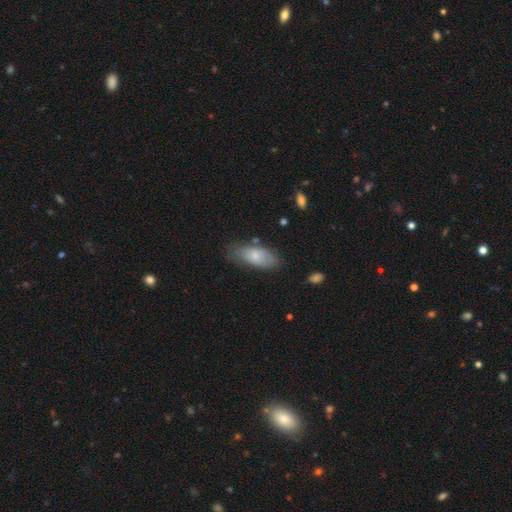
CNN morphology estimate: Q: Smooth or featured?
A: smooth (74%); runner-up: featured or disk (19%)
Q: How rounded?
A: in between (88%); runner-up: cigar-shaped (10%)
Q: Merging?
A: none (62%); runner-up: minor disturbance (28%)